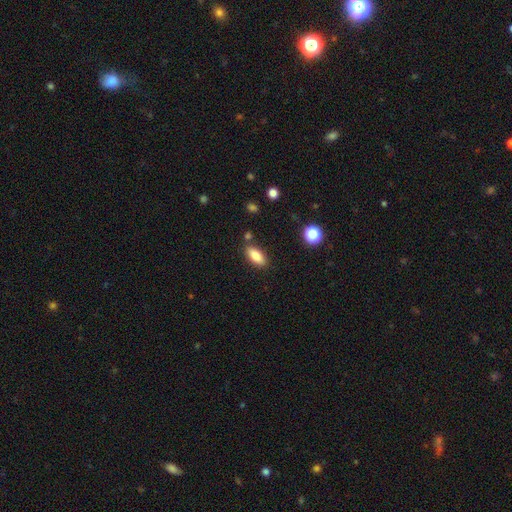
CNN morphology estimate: smooth 82%, featured or disk 11%, star or artifact 8%. Down the decision tree: how rounded — in between (84%); merging — none (83%).